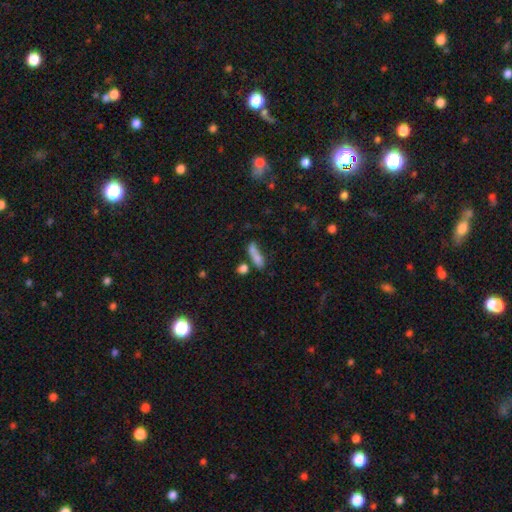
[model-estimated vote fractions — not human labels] A smooth galaxy with no disk features (75%) that is in between round and cigar-shaped (50%).

Vote fractions:
- Smooth or featured? smooth: 75% / featured or disk: 14% / star or artifact: 11%
- How rounded? in between: 50% / cigar-shaped: 44% / round: 6%
- Merging? none: 38% (tied) / merger: 38% (tied) / minor disturbance: 15% / major disturbance: 9%